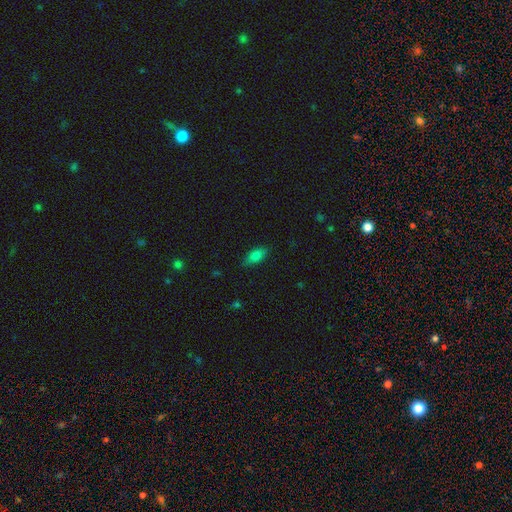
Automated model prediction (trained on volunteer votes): Smooth or featured? Predicted: smooth (p=0.80). How rounded? Predicted: in between (p=0.85). Merging? Predicted: none (p=0.81).